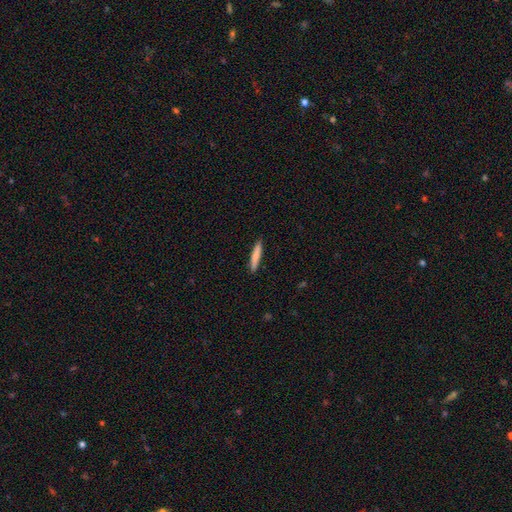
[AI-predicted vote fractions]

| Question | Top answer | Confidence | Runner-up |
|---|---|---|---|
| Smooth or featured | smooth | 79% | featured or disk (15%) |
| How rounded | cigar-shaped | 93% | in between (6%) |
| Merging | none | 90% | minor disturbance (7%) |